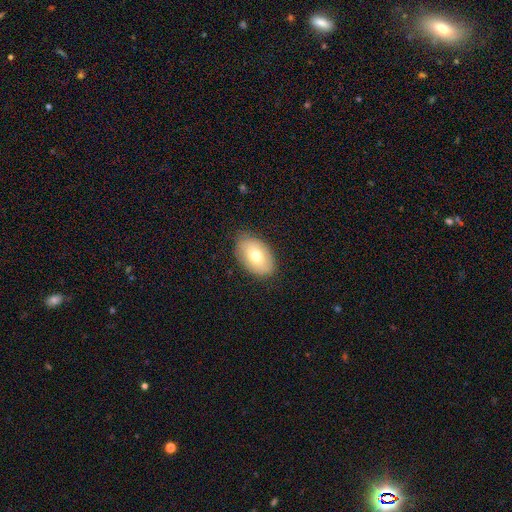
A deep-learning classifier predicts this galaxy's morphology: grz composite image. It shows a smooth galaxy with no disk features (72%) that is in between round and cigar-shaped (91%). Merging: none (83%).